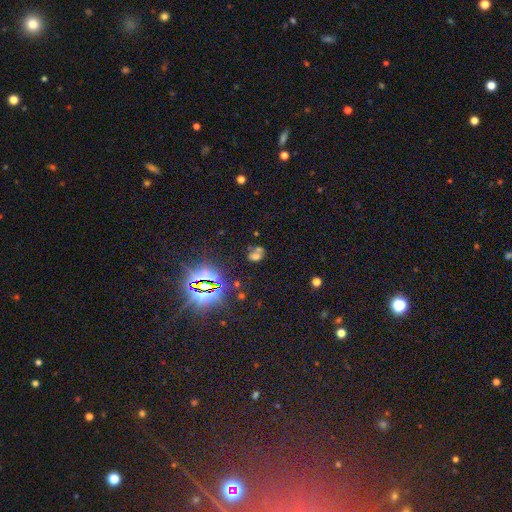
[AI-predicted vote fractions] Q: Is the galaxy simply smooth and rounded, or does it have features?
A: star or artifact — 45%.